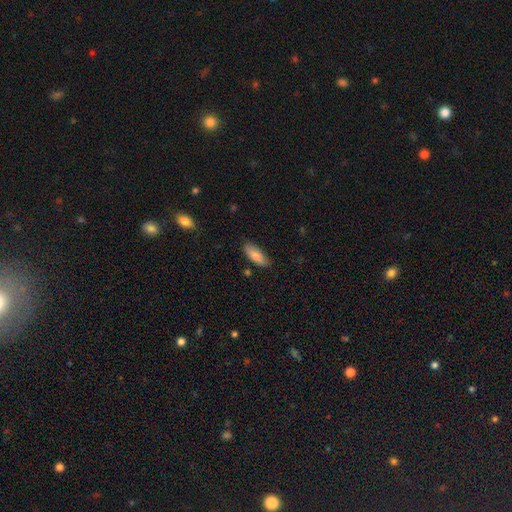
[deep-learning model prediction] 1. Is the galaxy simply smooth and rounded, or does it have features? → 81% smooth, 12% featured or disk, 6% star or artifact.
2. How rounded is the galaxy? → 71% in between, 27% cigar-shaped, 2% round.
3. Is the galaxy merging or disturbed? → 82% none, 14% minor disturbance, 2% major disturbance, 2% merger.